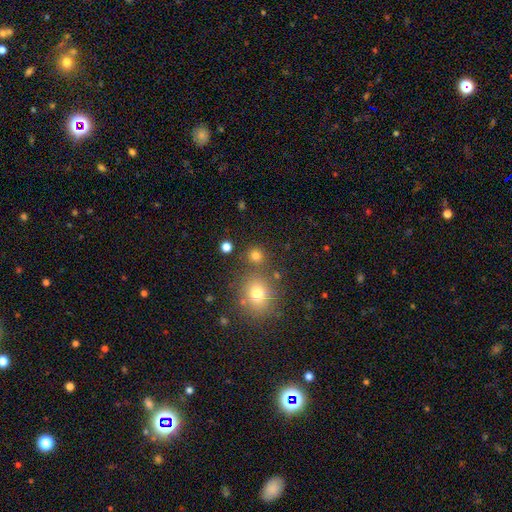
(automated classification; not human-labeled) smooth-or-featured: smooth: 76% | star or artifact: 17% | featured or disk: 7%
  how-rounded: round: 89% | in between: 10% | cigar-shaped: 1%
  merging: none: 77% | merger: 12% | minor disturbance: 8% | major disturbance: 3%